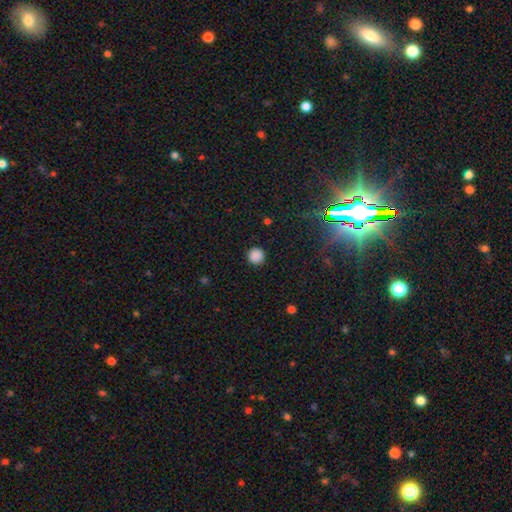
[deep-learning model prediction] smooth_or_featured: smooth (p=0.86) [alt: star or artifact p=0.11]
how_rounded: round (p=0.95) [alt: in between p=0.04]
merging: none (p=0.92) [alt: minor disturbance p=0.05]